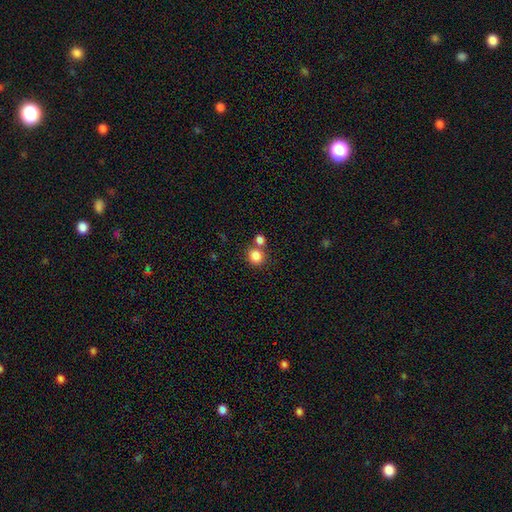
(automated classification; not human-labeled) Smooth or featured? smooth (83%)
How rounded? round (88%)
Merging? none (64%)